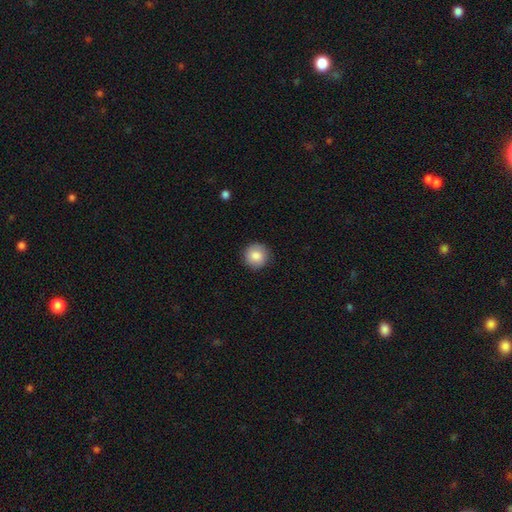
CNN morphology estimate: A smooth galaxy with no disk features (85%) that is round (94%).

Vote fractions:
- Smooth or featured? smooth: 85% / star or artifact: 8% / featured or disk: 8%
- How rounded? round: 94% / in between: 5% / cigar-shaped: 1%
- Merging? none: 89% / minor disturbance: 8% / major disturbance: 2% / merger: 1%